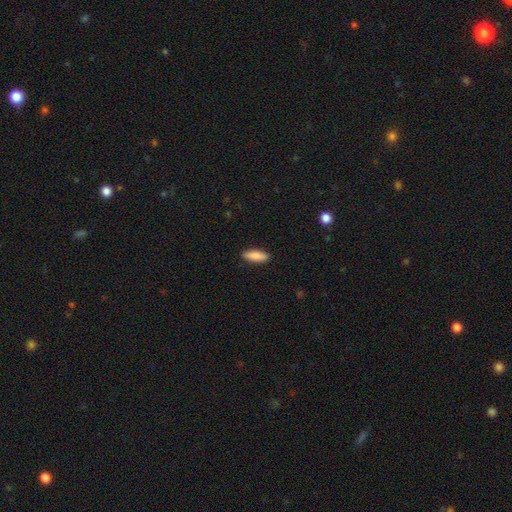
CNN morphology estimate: smooth-or-featured: smooth: 88% | featured or disk: 6% | star or artifact: 6%
  how-rounded: in between: 56% | cigar-shaped: 42% | round: 2%
  merging: none: 90% | minor disturbance: 7% | major disturbance: 2% | merger: 1%